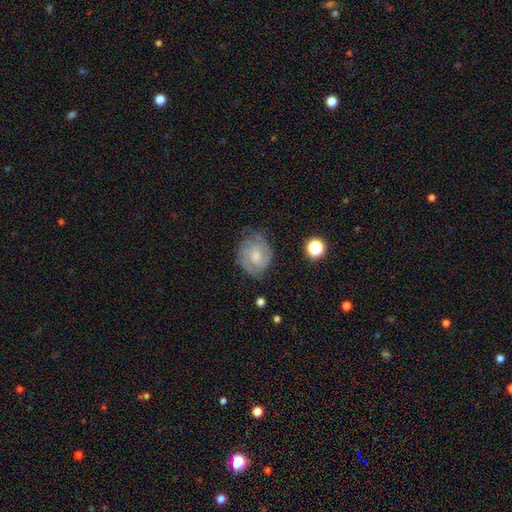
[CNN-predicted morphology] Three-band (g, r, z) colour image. It shows a featured or disk galaxy (65%) with no bar (64%), 2 (45%) tight (54%) spiral arms (88%) and a moderate central bulge (46%). Merging: none (65%).